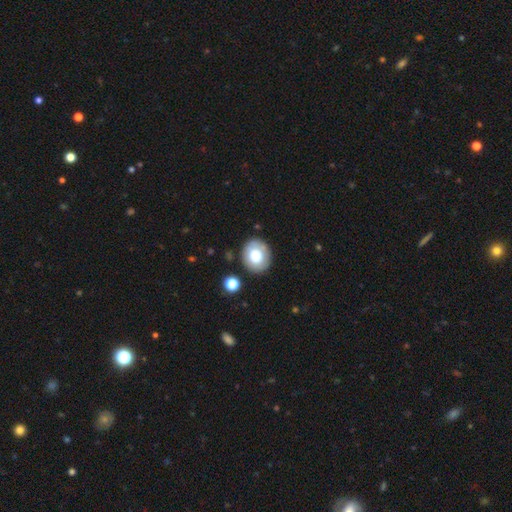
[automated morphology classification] This is likely a smooth galaxy (68%). How rounded: likely round (73%). Merging: likely none (78%).